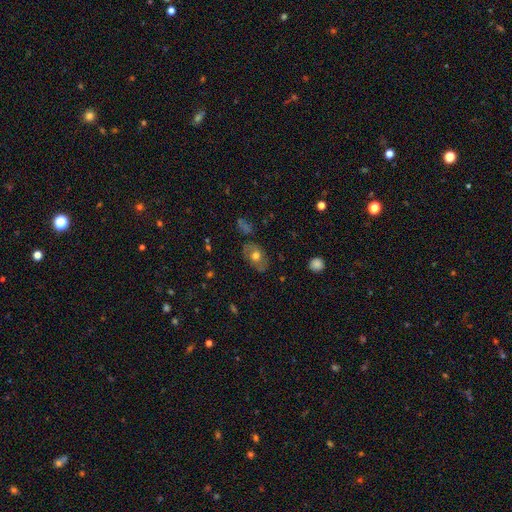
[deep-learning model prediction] Overall: smooth (55%; featured or disk 35%). How rounded: in between (77%). Merging: none (72%).